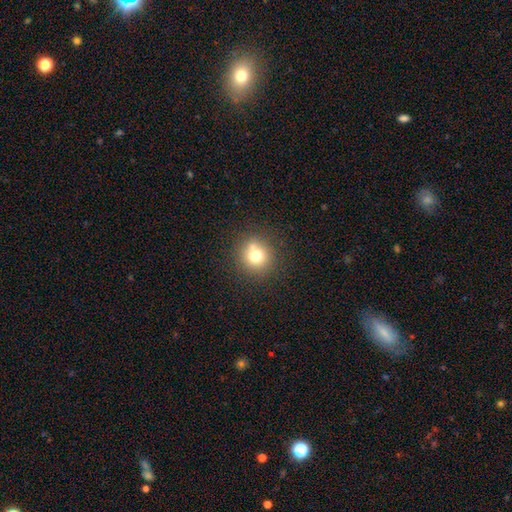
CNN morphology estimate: smooth-or-featured: smooth: 73% | star or artifact: 15% | featured or disk: 12%
  how-rounded: round: 91% | in between: 9% | cigar-shaped: 1%
  merging: none: 77% | minor disturbance: 11% | merger: 8% | major disturbance: 4%